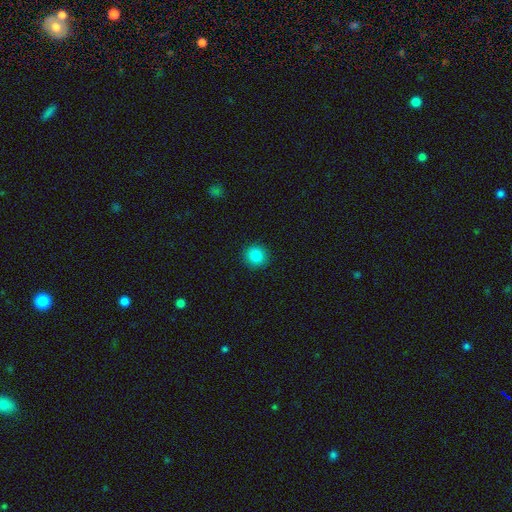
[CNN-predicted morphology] A smooth galaxy with no disk features (85%) that is round (93%). Merging: none (92%).